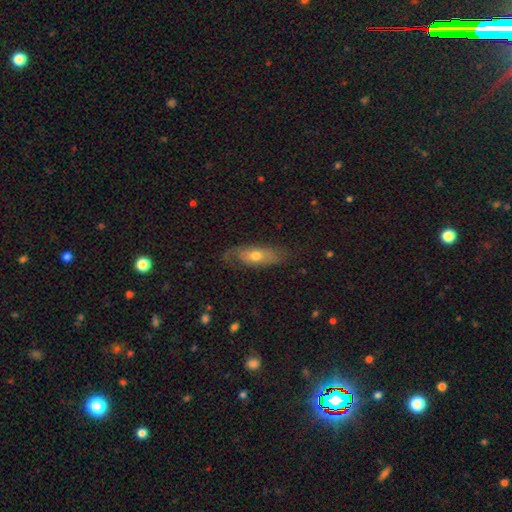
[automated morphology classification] Smooth or featured: smooth — 48% (featured or disk — 46%)
Merging: none — 64% (minor disturbance — 23%)